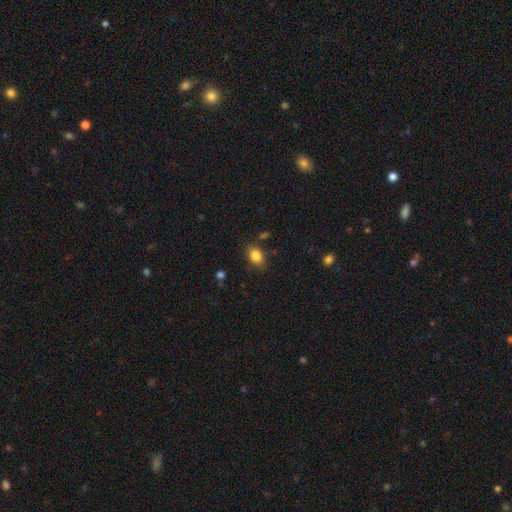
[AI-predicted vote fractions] smooth-or-featured: smooth: 85% | star or artifact: 9% | featured or disk: 5%
  how-rounded: in between: 73% | round: 26% | cigar-shaped: 1%
  merging: none: 79% | minor disturbance: 15% | major disturbance: 4% | merger: 3%